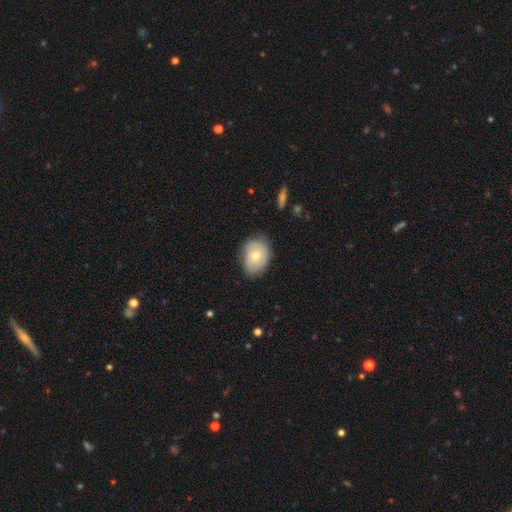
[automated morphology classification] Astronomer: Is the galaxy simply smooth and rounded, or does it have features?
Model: smooth — 67%.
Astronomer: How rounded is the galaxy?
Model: in between — 66%.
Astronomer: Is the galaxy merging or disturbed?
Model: none — 69%.